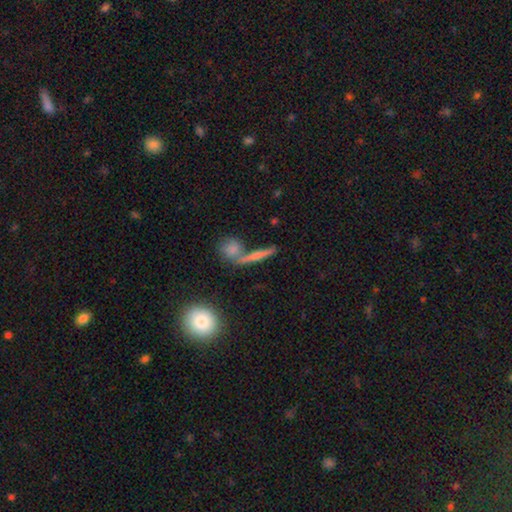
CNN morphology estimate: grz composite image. It shows a smooth galaxy with no disk features (44%). Merging: none (63%).